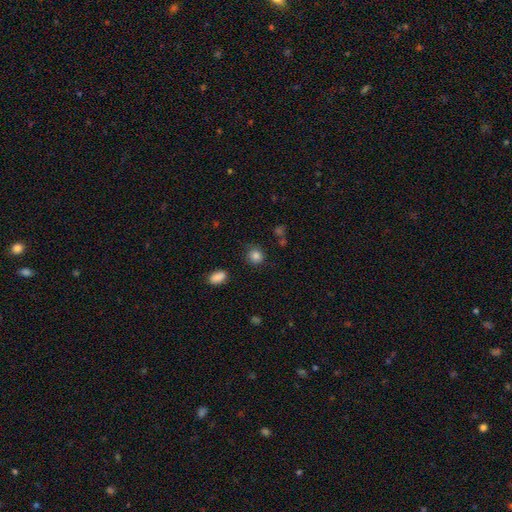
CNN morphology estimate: This is clearly a smooth galaxy (83%). How rounded: clearly round (85%). Merging: likely none (78%).